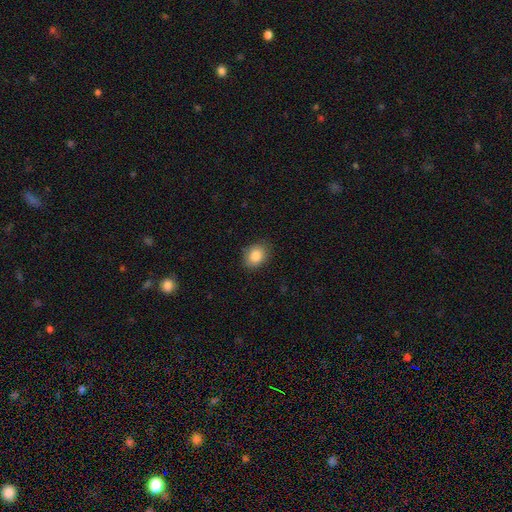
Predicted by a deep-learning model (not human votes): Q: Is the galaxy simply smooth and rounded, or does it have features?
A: smooth — 85%.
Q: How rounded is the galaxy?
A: in between — 58%.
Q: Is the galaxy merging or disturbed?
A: none — 84%.